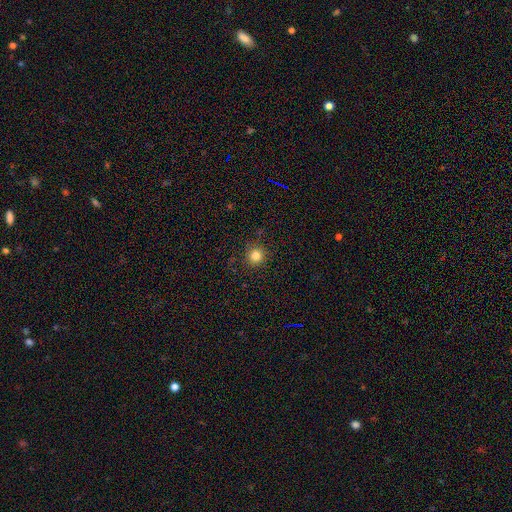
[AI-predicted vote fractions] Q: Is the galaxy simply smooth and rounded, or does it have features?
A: smooth — 82%.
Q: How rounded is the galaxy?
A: round — 93%.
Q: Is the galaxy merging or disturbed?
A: none — 89%.